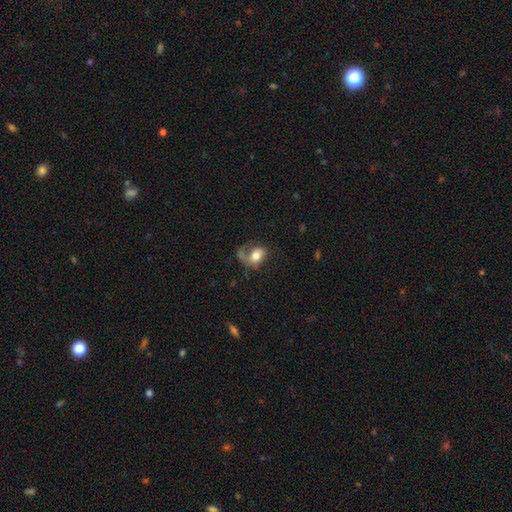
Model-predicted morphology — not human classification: This is possibly a smooth galaxy (58%). How rounded: likely in between (63%). Merging: marginally major disturbance (41%).